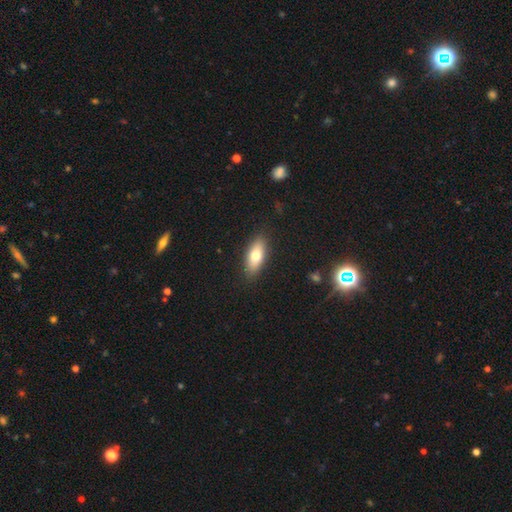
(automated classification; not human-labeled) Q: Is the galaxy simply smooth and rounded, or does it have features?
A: smooth — 73%.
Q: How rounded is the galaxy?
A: in between — 78%.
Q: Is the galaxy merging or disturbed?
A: none — 87%.